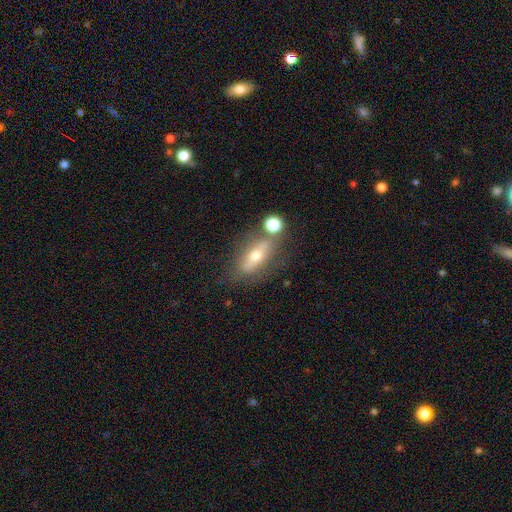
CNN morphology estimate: Smooth or featured? featured or disk (44%, tied with smooth)
Merging? none (62%)